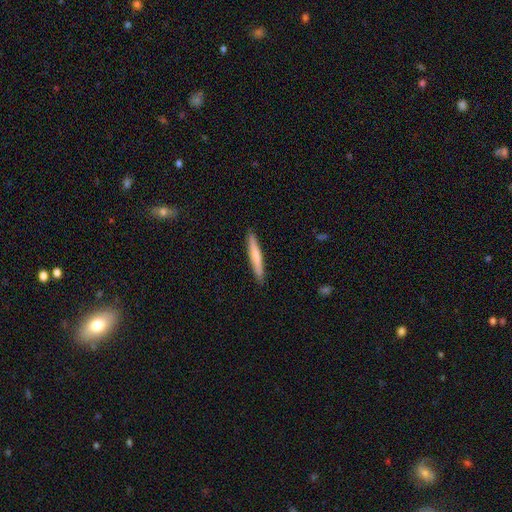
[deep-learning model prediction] smooth-or-featured: smooth: 68% | featured or disk: 27% | star or artifact: 5%
  how-rounded: cigar-shaped: 95% | in between: 3% | round: 1%
  merging: none: 90% | minor disturbance: 7% | major disturbance: 1% | merger: 1%